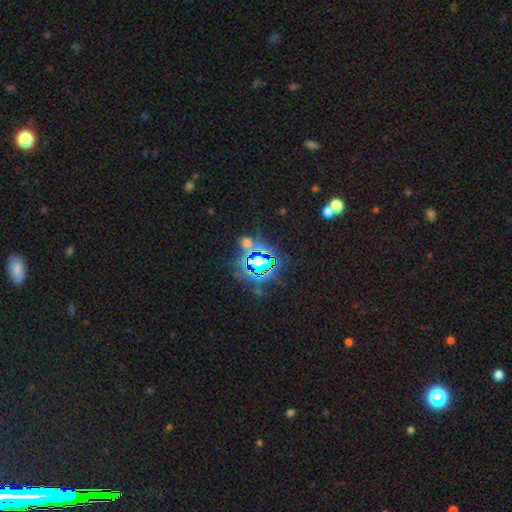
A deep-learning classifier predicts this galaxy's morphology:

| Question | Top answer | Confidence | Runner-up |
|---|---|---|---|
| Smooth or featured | star or artifact | 80% | smooth (12%) |